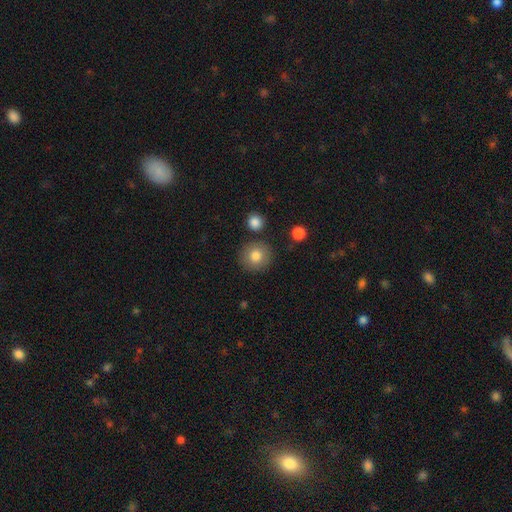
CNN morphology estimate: type=smooth (81%); roundness=round (90%); merging=none (84%).